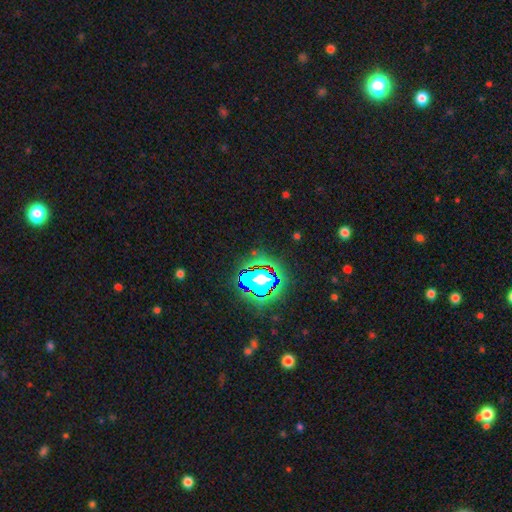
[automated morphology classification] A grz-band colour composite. It shows a star or artifact, not a galaxy (70%).